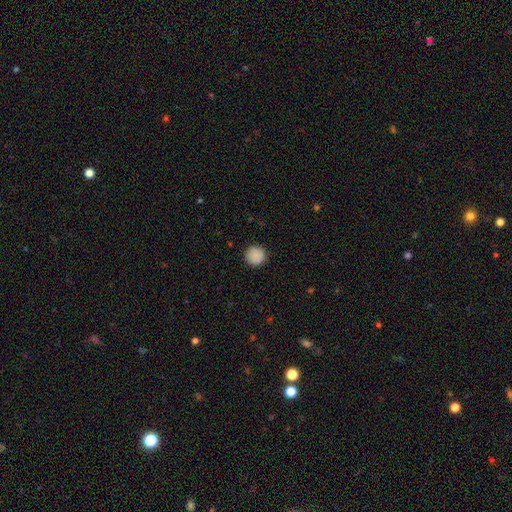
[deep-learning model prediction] The model was most divided on "smooth or featured": smooth: 88%, star or artifact: 8%, featured or disk: 3%. More confident: how rounded — round (94%); merging — none (89%).